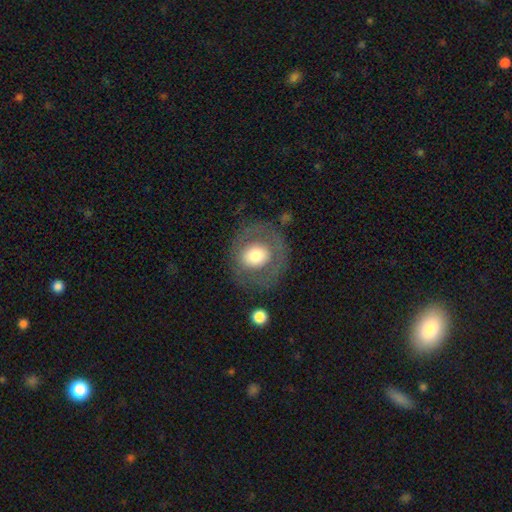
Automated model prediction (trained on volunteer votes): A smooth galaxy with no disk features (57%) that is round (85%). Merging: none (75%).